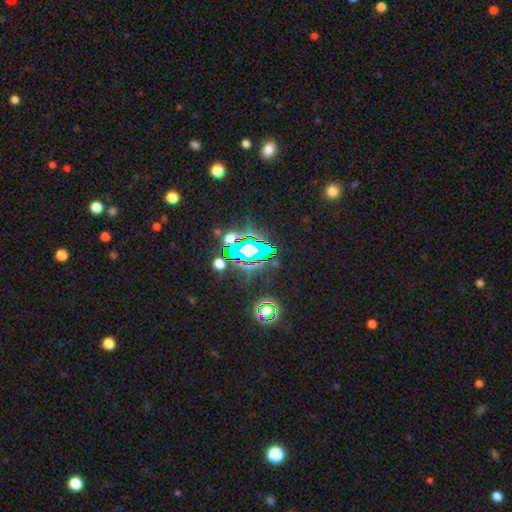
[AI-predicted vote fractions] Morphology: type=star or artifact (72%).